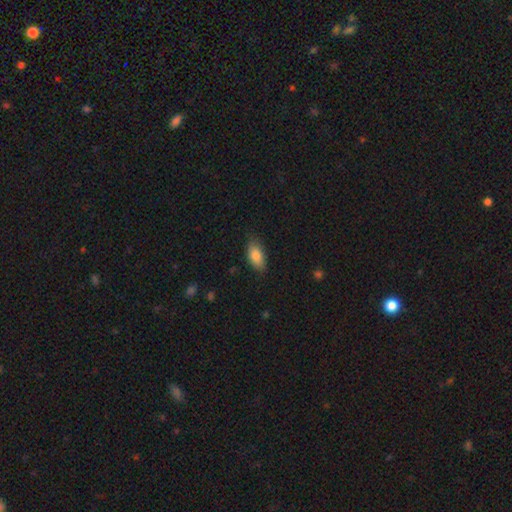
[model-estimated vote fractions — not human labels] smooth_or_featured: smooth (p=0.85) [alt: featured or disk p=0.09]
how_rounded: in between (p=0.90) [alt: cigar-shaped p=0.06]
merging: none (p=0.81) [alt: minor disturbance p=0.15]